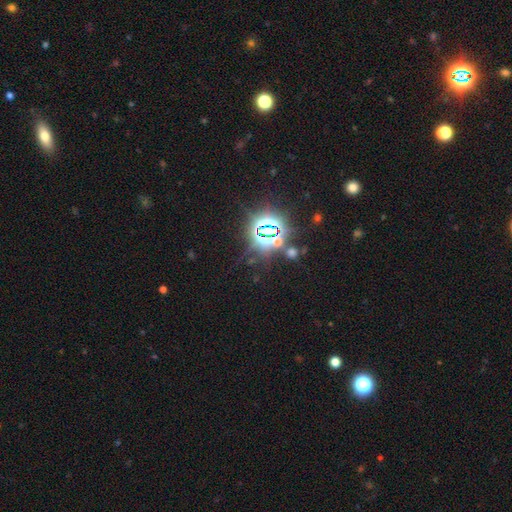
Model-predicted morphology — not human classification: star or artifact 83%, smooth 10%, featured or disk 7%.